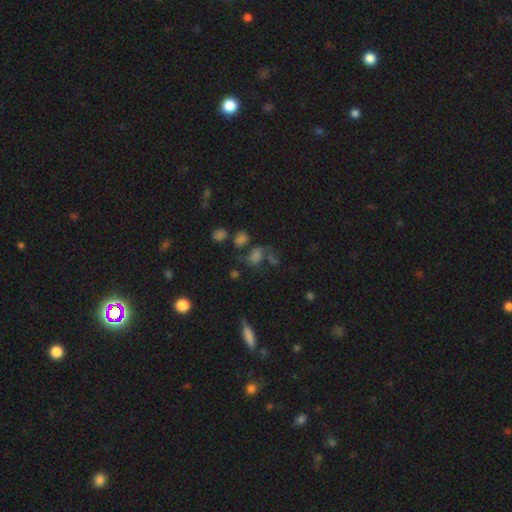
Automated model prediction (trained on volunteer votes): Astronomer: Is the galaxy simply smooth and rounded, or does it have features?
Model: smooth — 49% (runner-up: star or artifact, 28%).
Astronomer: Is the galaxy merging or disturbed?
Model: none — 44% (runner-up: major disturbance, 20%).